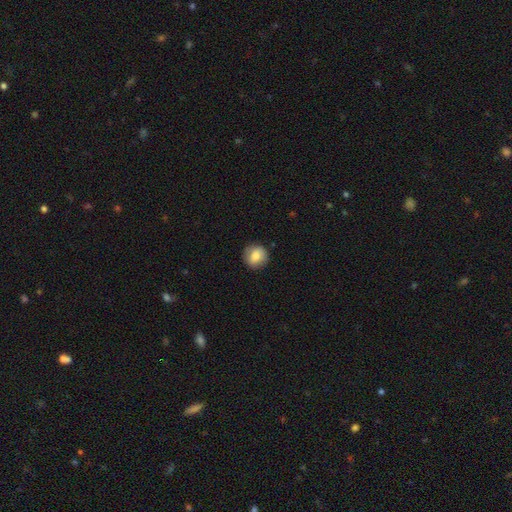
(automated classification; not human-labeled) Smooth or featured?
  - smooth: 78% *
  - featured or disk: 13%
  - star or artifact: 8%
How rounded?
  - round: 91% *
  - in between: 8%
  - cigar-shaped: 1%
Merging?
  - none: 87% *
  - minor disturbance: 9%
  - major disturbance: 2%
  - merger: 1%